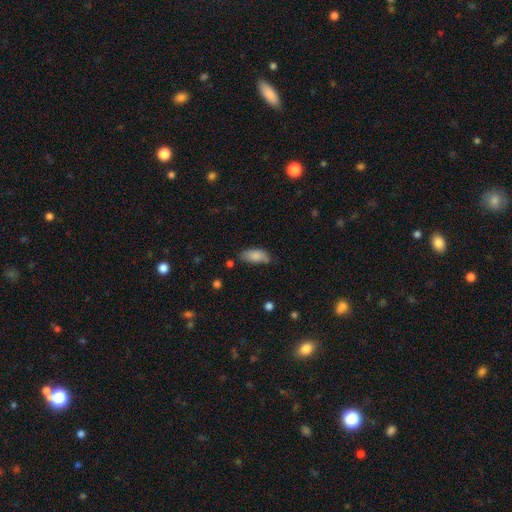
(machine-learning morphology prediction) A smooth galaxy with no disk features (83%) that is in between round and cigar-shaped (87%). Merging: none (64%).